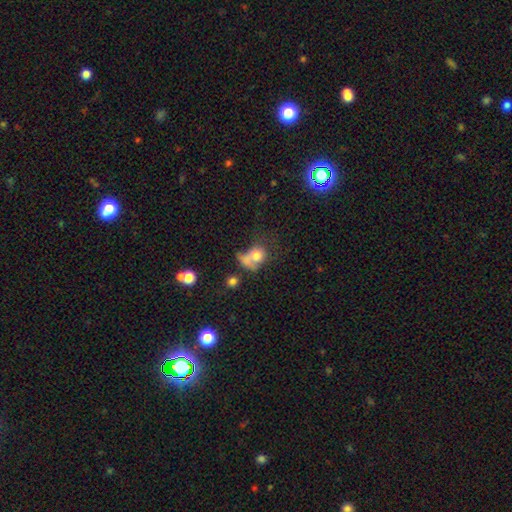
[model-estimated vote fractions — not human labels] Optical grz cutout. It shows a smooth galaxy with no disk features (69%) that is round (65%). Merging: merger (33%).